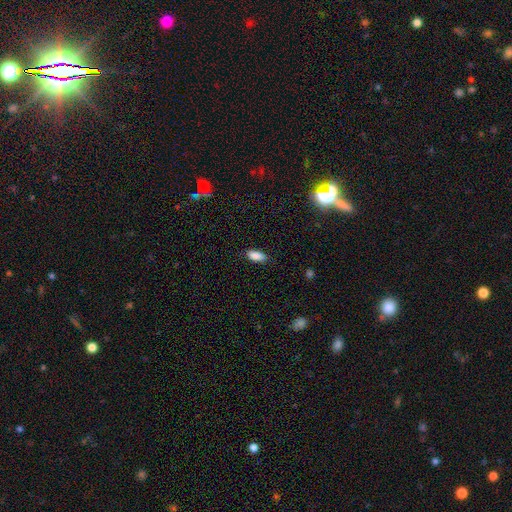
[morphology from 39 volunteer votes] This is clearly a smooth galaxy (92%). How rounded: clearly in between (89%). Merging: likely none (75%).